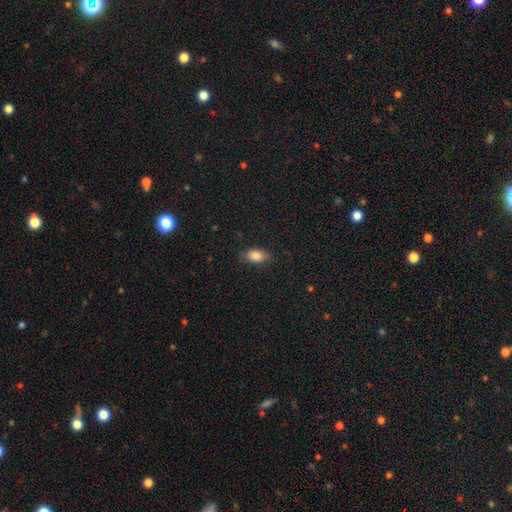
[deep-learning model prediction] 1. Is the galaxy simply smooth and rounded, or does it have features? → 85% smooth, 8% star or artifact, 7% featured or disk.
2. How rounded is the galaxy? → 86% in between, 10% round, 3% cigar-shaped.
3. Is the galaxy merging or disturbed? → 79% none, 16% minor disturbance, 4% major disturbance, 1% merger.